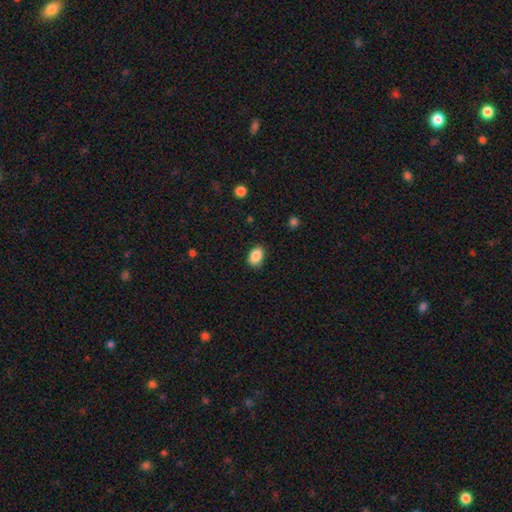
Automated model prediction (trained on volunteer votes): This is clearly a smooth galaxy (88%). How rounded: clearly in between (85%). Merging: clearly none (85%).